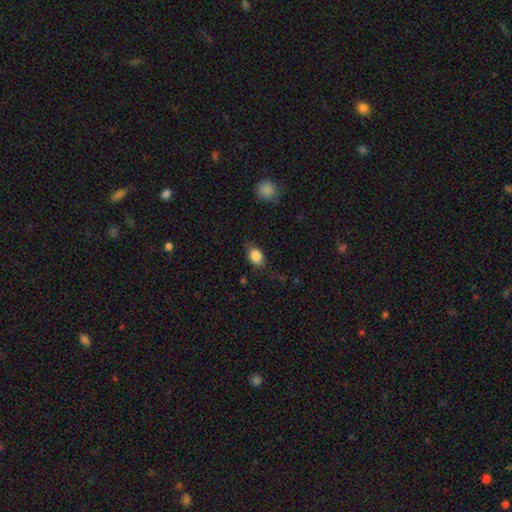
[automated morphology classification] A smooth galaxy with no disk features (84%) that is in between round and cigar-shaped (74%).

Vote fractions:
- Smooth or featured? smooth: 84% / star or artifact: 8% / featured or disk: 8%
- How rounded? in between: 74% / round: 24% / cigar-shaped: 2%
- Merging? none: 72% / minor disturbance: 20% / major disturbance: 6% / merger: 1%